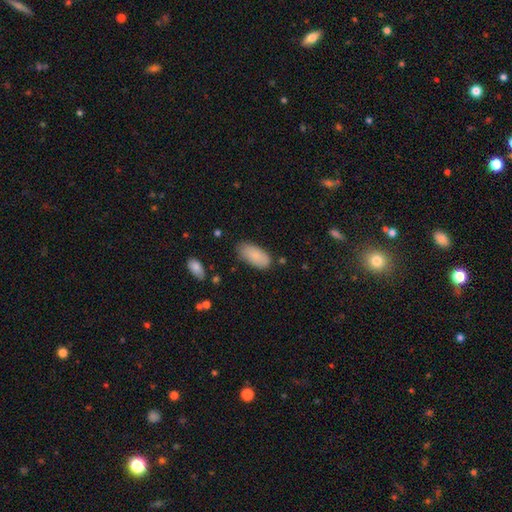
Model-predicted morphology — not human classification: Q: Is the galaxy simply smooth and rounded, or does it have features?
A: smooth — 83%.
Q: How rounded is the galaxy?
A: in between — 94%.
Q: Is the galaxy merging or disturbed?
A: none — 75%.